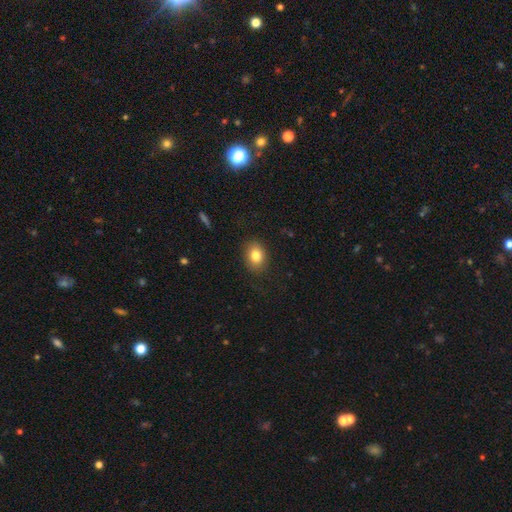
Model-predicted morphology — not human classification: Smooth or featured: smooth — 81% (star or artifact — 10%)
How rounded: in between — 57% (round — 43%)
Merging: none — 86% (minor disturbance — 10%)